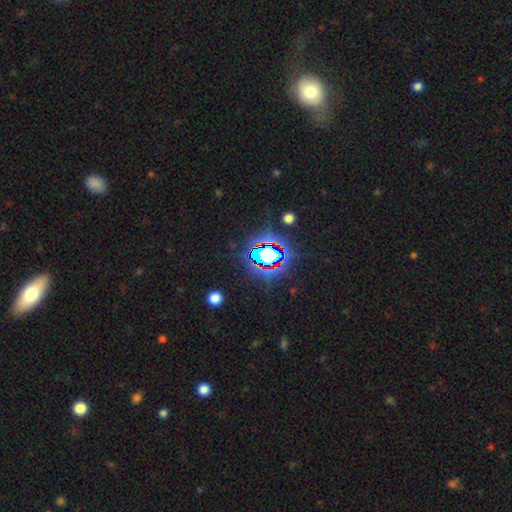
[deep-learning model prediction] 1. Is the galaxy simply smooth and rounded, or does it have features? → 77% star or artifact, 14% smooth, 9% featured or disk.